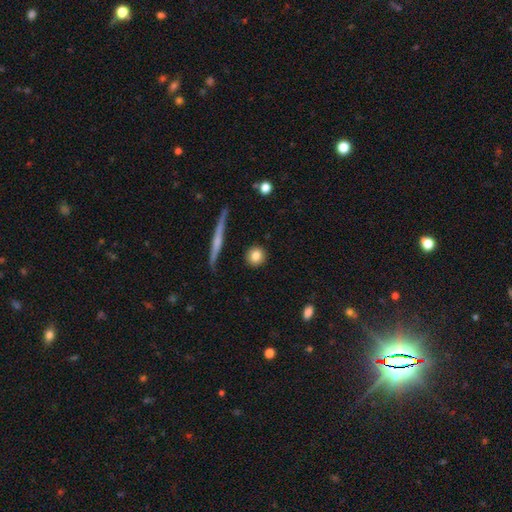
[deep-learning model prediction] smooth_or_featured: smooth (p=0.82) [alt: featured or disk p=0.10]
how_rounded: round (p=0.91) [alt: in between p=0.06]
merging: none (p=0.89) [alt: minor disturbance p=0.06]